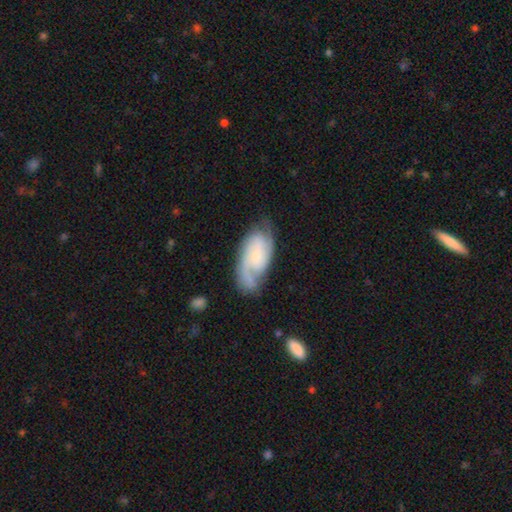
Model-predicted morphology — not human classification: A featured or disk galaxy (76%) with no bar (66%), 2 (60%) tight (43%) spiral arms (95%) and a small central bulge (67%).

Vote fractions:
- Smooth or featured? featured or disk: 76% / smooth: 18% / star or artifact: 6%
- Edge-on disk? no: 95% / yes: 5%
- Bar? no: 66% / weak: 28% / strong: 6%
- Spiral arms? yes: 95% / no: 5%
- Spiral winding? tight: 43% / medium: 41% / loose: 16%
- Spiral arm count? 2: 60% / can't tell: 15% / 1: 13% / 3: 9% / 4: 2% / more than 4: 2%
- Bulge size? small: 67% / moderate: 18% / none: 11% / large: 3% / dominant: 1%
- Merging? none: 65% / minor disturbance: 22% / major disturbance: 11% / merger: 2%